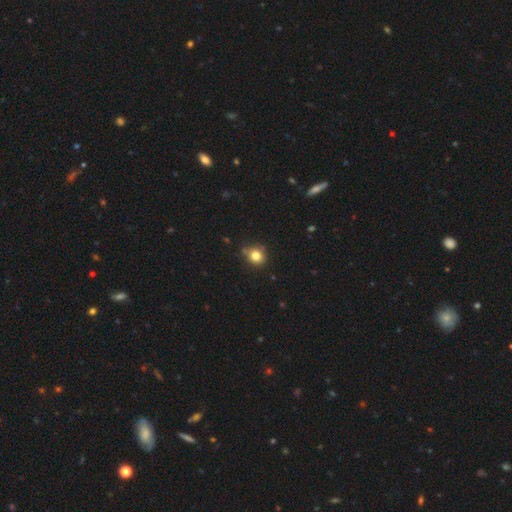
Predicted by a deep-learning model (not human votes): Smooth or featured? smooth (80%)
How rounded? round (79%)
Merging? none (73%)